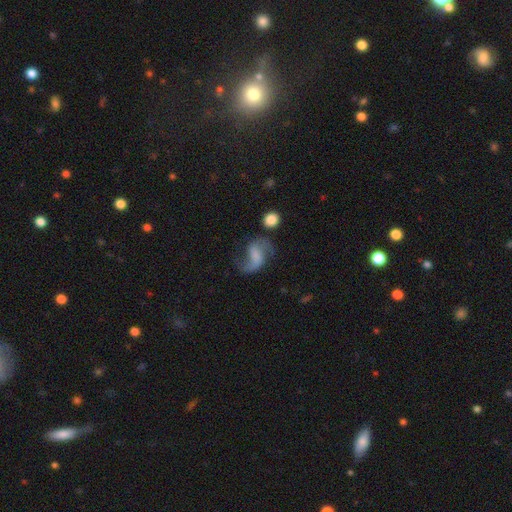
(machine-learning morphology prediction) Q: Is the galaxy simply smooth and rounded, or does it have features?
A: featured or disk — 77%.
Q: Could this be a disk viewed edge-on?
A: no — 98%.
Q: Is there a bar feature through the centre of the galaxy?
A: weak — 44%.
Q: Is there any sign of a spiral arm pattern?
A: yes — 94%.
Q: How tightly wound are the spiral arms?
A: loose — 72%.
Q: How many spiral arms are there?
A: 2 — 85%.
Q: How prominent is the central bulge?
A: none — 46%.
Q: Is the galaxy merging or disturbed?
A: none — 57%.